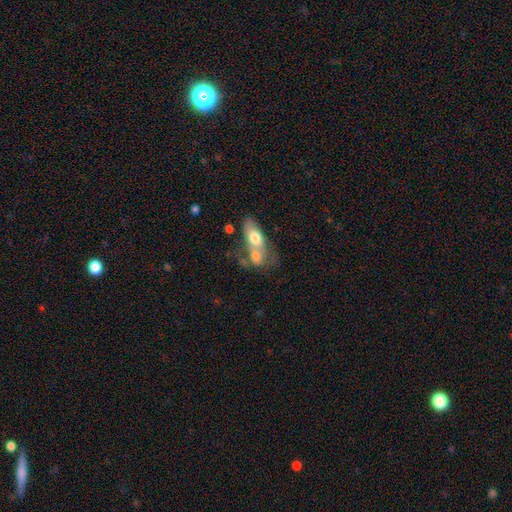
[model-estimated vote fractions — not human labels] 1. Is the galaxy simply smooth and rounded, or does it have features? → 65% smooth, 28% featured or disk, 7% star or artifact.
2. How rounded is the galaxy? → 79% in between, 12% cigar-shaped, 9% round.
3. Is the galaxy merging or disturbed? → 62% merger, 20% none, 10% minor disturbance, 8% major disturbance.